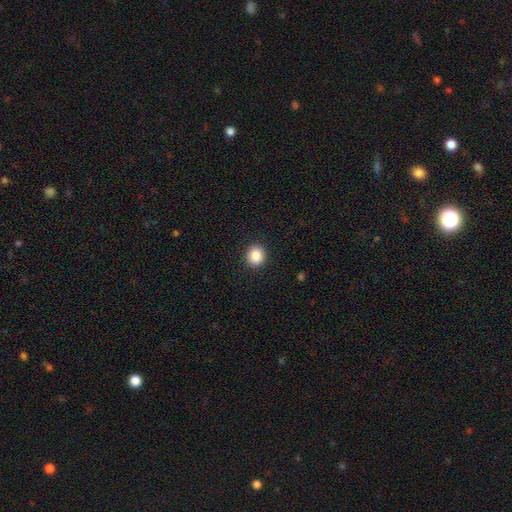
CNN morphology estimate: Smooth or featured?
  - smooth: 88% *
  - star or artifact: 9%
  - featured or disk: 3%
How rounded?
  - round: 87% *
  - in between: 12%
  - cigar-shaped: 1%
Merging?
  - none: 92% *
  - minor disturbance: 6%
  - major disturbance: 2%
  - merger: 1%